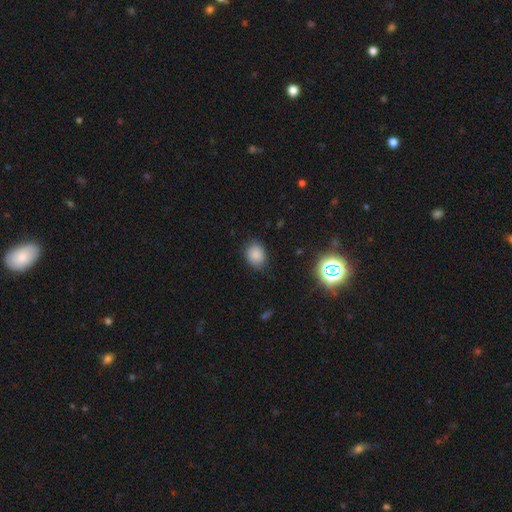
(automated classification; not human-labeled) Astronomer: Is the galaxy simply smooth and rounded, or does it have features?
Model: smooth — 82%.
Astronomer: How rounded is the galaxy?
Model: round — 51% (runner-up: in between, 48%).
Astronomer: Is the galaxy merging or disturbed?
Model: none — 80%.